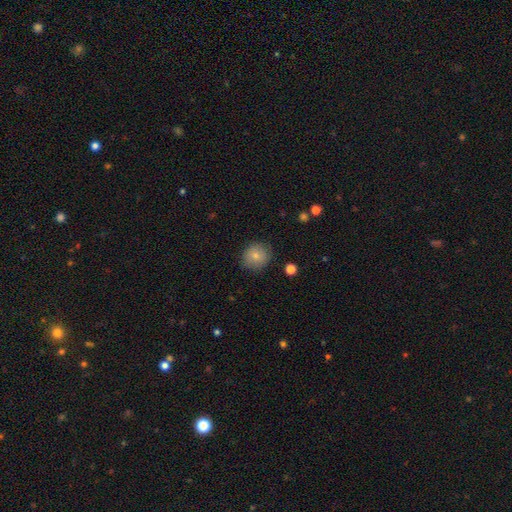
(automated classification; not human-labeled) Q: Smooth or featured?
A: smooth (79%); runner-up: featured or disk (11%)
Q: How rounded?
A: round (87%); runner-up: in between (12%)
Q: Merging?
A: none (84%); runner-up: minor disturbance (11%)